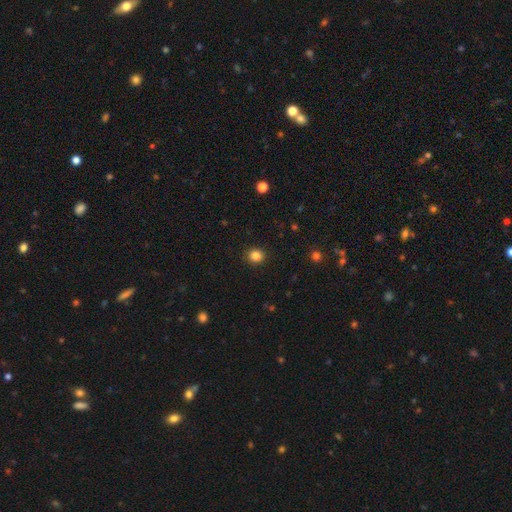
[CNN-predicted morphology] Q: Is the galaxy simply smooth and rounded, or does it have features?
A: smooth — 85%.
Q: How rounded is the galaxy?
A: round — 84%.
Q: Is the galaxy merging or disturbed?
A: none — 91%.